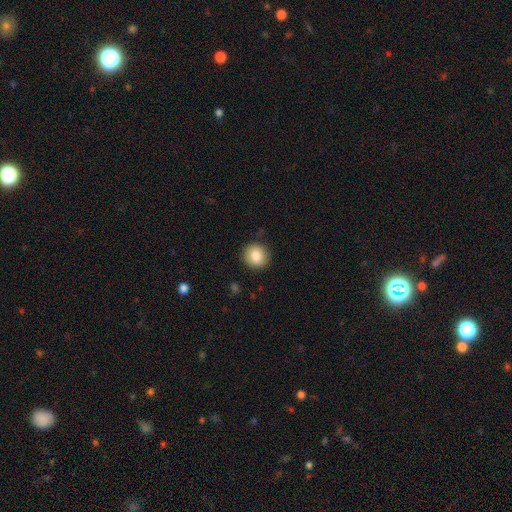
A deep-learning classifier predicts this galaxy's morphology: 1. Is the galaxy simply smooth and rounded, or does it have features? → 85% smooth, 8% star or artifact, 7% featured or disk.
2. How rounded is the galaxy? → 88% round, 11% in between, 1% cigar-shaped.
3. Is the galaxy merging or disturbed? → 89% none, 8% minor disturbance, 2% major disturbance, 1% merger.